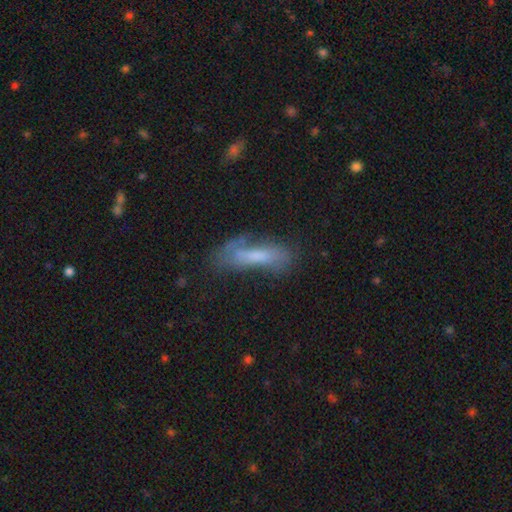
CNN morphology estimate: Smooth or featured?
  - smooth: 55% *
  - featured or disk: 35%
  - star or artifact: 10%
How rounded?
  - cigar-shaped: 58% *
  - in between: 40%
  - round: 2%
Merging?
  - none: 47% *
  - minor disturbance: 27%
  - major disturbance: 20%
  - merger: 7%